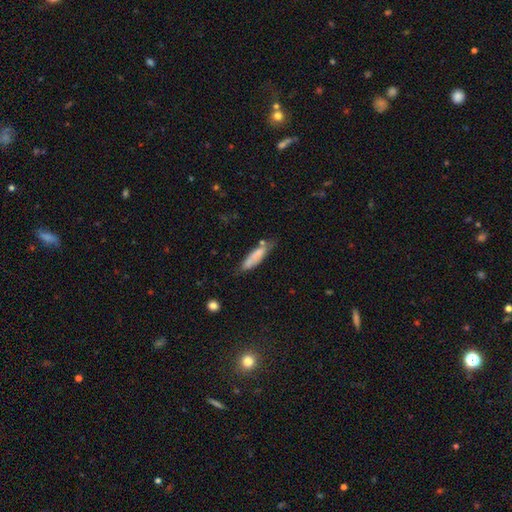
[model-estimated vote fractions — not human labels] Overall: smooth (73%). How rounded: cigar-shaped (68%; in between 30%). Merging: none (55%; minor disturbance 27%).